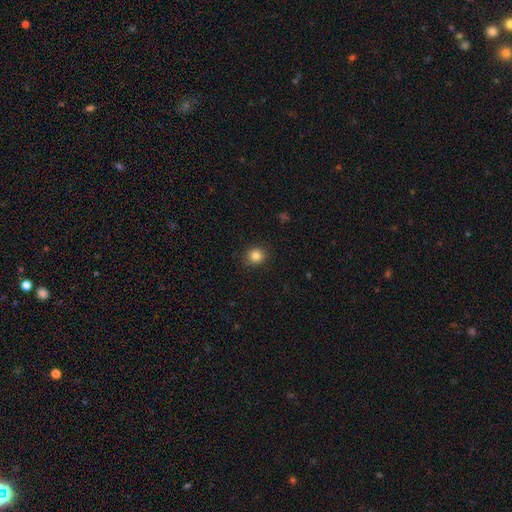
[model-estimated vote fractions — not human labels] smooth-or-featured: smooth: 85% | star or artifact: 11% | featured or disk: 5%
  how-rounded: round: 83% | in between: 16% | cigar-shaped: 1%
  merging: none: 89% | minor disturbance: 8% | major disturbance: 2% | merger: 1%